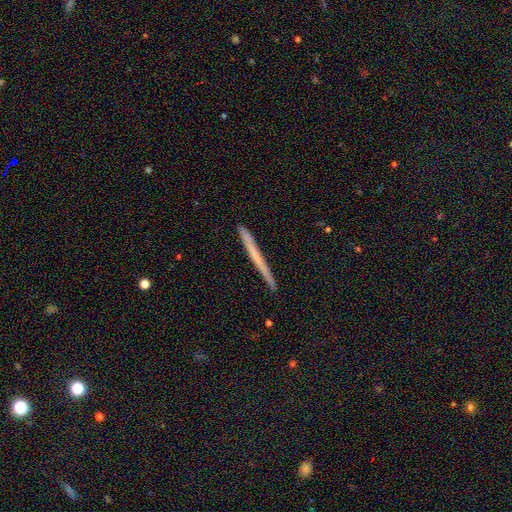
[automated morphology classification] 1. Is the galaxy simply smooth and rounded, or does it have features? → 50% smooth, 43% featured or disk, 7% star or artifact.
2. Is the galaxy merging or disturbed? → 91% none, 6% minor disturbance, 1% major disturbance, 1% merger.